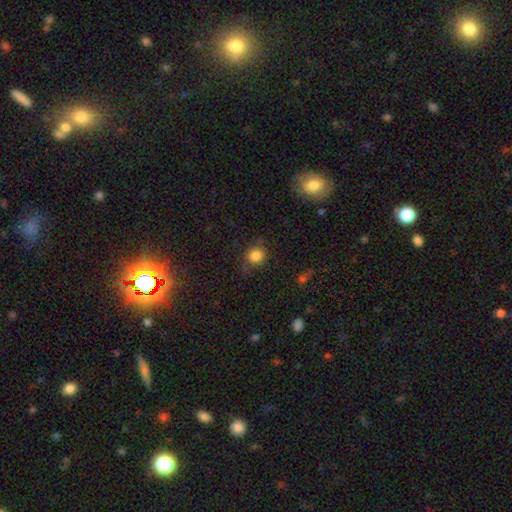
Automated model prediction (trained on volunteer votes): This is clearly a smooth galaxy (83%). How rounded: clearly round (84%). Merging: likely none (72%).